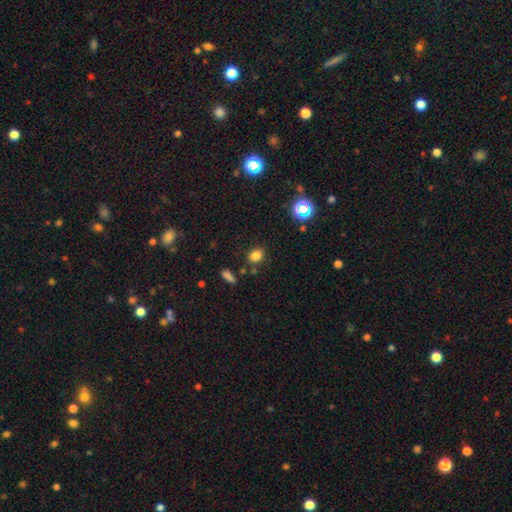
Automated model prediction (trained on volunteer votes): Smooth or featured?
  - smooth: 79% *
  - star or artifact: 16%
  - featured or disk: 6%
How rounded?
  - round: 54% *
  - in between: 44%
  - cigar-shaped: 2%
Merging?
  - none: 78% *
  - minor disturbance: 12%
  - merger: 7%
  - major disturbance: 4%